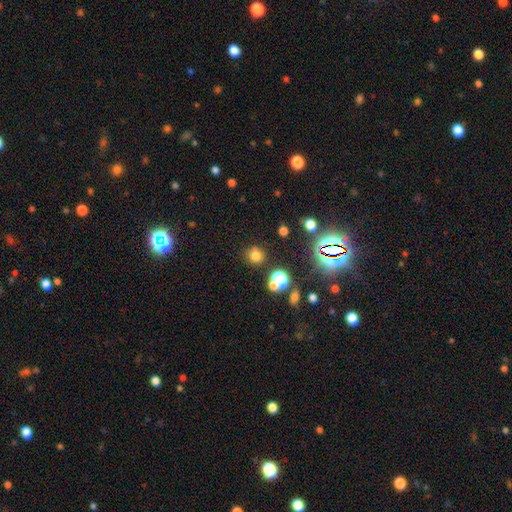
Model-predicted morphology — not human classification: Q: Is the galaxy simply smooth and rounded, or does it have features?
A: smooth — 71%.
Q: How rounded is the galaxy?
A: round — 87%.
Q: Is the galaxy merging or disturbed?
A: none — 82%.